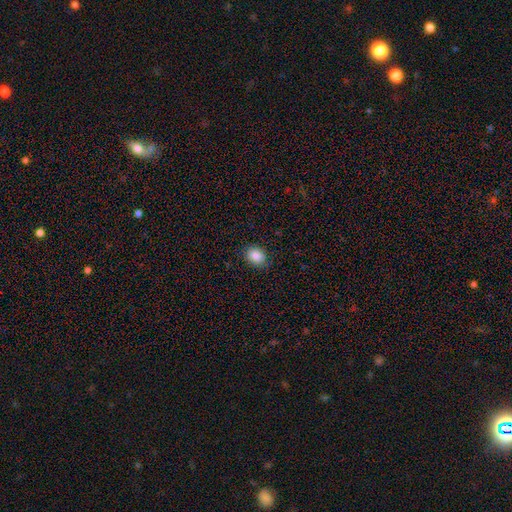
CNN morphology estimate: smooth_or_featured: smooth (p=0.87) [alt: star or artifact p=0.08]
how_rounded: in between (p=0.58) [alt: round p=0.41]
merging: none (p=0.86) [alt: minor disturbance p=0.10]